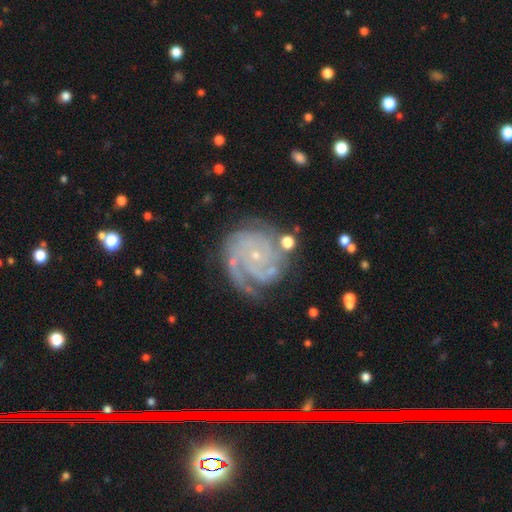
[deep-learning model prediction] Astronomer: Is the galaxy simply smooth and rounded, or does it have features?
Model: featured or disk — 89%.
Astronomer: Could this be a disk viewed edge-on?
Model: no — 98%.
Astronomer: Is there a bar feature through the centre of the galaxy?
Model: no — 76%.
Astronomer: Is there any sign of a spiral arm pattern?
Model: yes — 98%.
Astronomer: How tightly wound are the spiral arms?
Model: tight — 75%.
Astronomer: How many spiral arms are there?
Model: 3 — 31% (runner-up: 2, 24%).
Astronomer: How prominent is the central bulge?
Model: small — 86%.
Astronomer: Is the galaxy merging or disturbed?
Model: none — 69%.